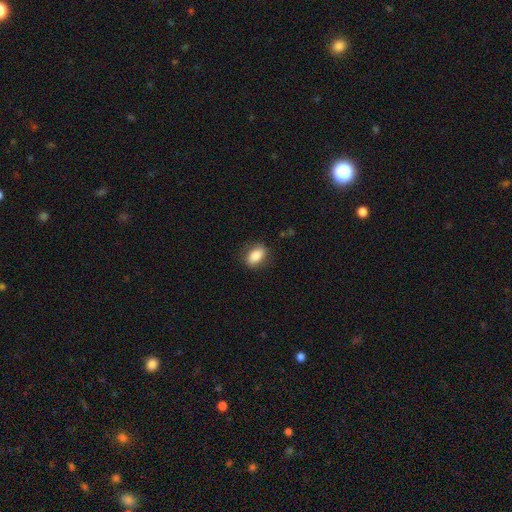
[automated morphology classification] A smooth galaxy with no disk features (84%) that is in between round and cigar-shaped (84%). Merging: none (80%).